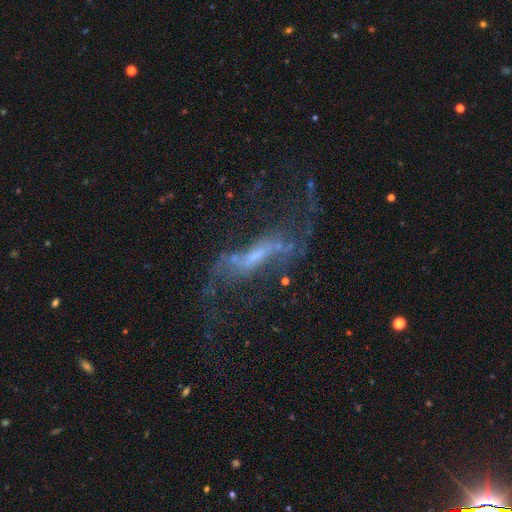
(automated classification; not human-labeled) Smooth or featured? featured or disk (77%)
Edge-on disk? no (80%)
Bar? weak (38%)
Spiral arms? yes (79%)
Bulge size? small (49%)
Merging? none (49%)